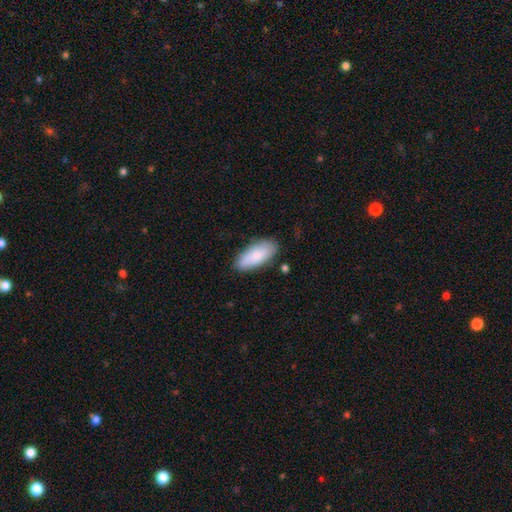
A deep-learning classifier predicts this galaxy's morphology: This is clearly a smooth galaxy (81%). How rounded: clearly in between (86%). Merging: likely none (78%).